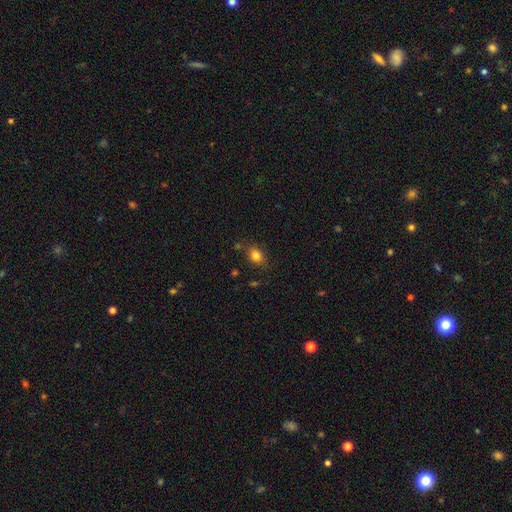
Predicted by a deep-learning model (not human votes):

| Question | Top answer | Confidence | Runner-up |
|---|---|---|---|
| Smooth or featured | smooth | 81% | star or artifact (11%) |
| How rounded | in between | 69% | round (29%) |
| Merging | none | 76% | minor disturbance (16%) |